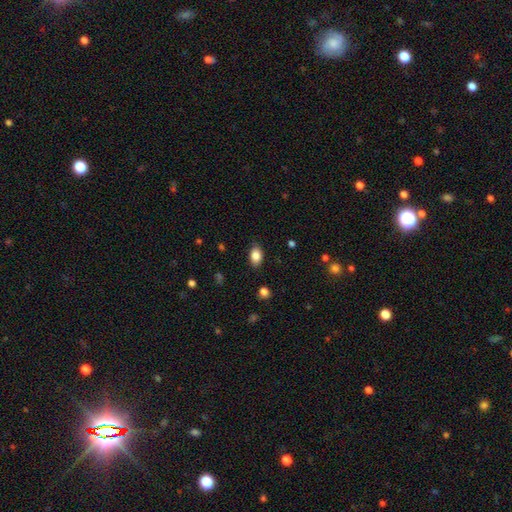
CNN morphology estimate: Q: Smooth or featured?
A: smooth (85%); runner-up: star or artifact (8%)
Q: How rounded?
A: in between (86%); runner-up: round (12%)
Q: Merging?
A: none (84%); runner-up: minor disturbance (12%)